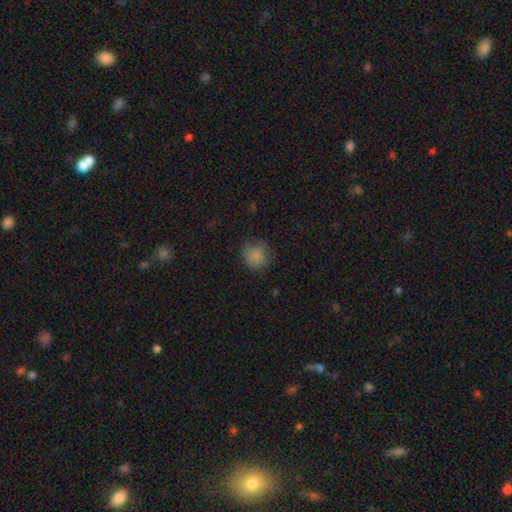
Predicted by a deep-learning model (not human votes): smooth_or_featured: smooth (p=0.83) [alt: star or artifact p=0.11]
how_rounded: round (p=0.83) [alt: in between p=0.16]
merging: none (p=0.72) [alt: minor disturbance p=0.20]